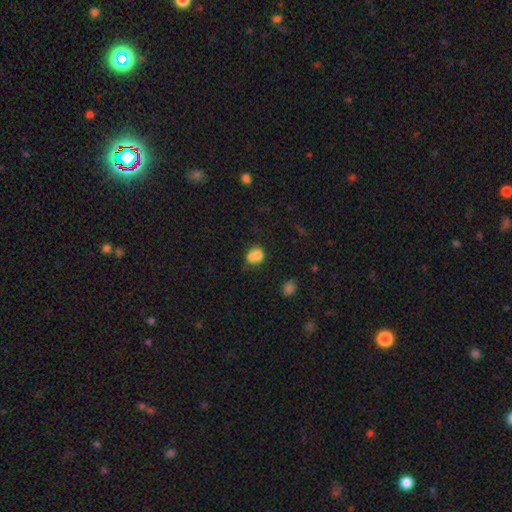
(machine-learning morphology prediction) Overall: smooth (73%). How rounded: round (64%; in between 35%). Merging: merger (50%; none 33%).